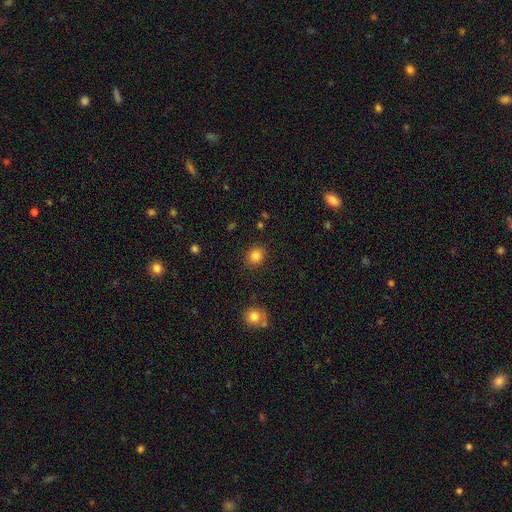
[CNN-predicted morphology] smooth-or-featured: smooth: 84% | star or artifact: 11% | featured or disk: 5%
  how-rounded: round: 73% | in between: 26% | cigar-shaped: 1%
  merging: none: 88% | minor disturbance: 8% | major disturbance: 3% | merger: 2%